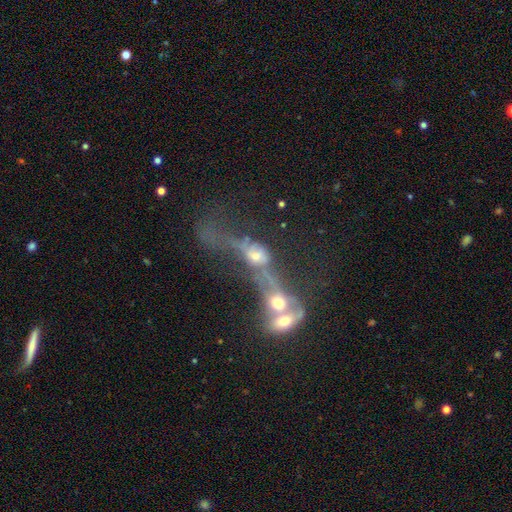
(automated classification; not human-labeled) The model was most divided on "smooth or featured": featured or disk: 45%, smooth: 36%, star or artifact: 19%. More confident: merging — merger (72%).